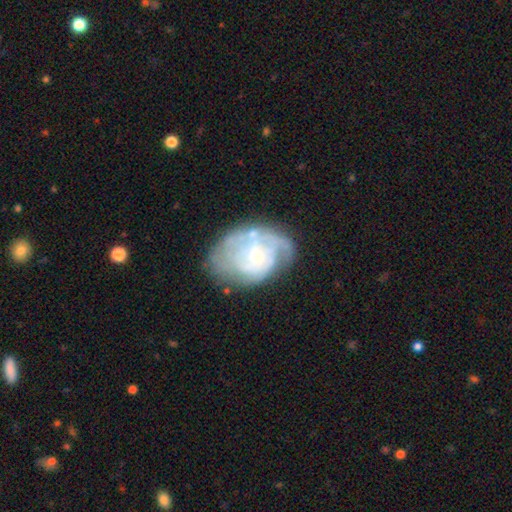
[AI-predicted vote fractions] Smooth or featured: featured or disk — 71% (smooth — 22%)
Edge-on disk: no — 97% (yes — 3%)
Bar: no — 70% (weak — 26%)
Spiral arms: yes — 76% (no — 24%)
Spiral winding: tight — 54% (medium — 32%)
Spiral arm count: can't tell — 45% (2 — 23%)
Bulge size: small — 61% (moderate — 28%)
Merging: none — 51% (minor disturbance — 27%)